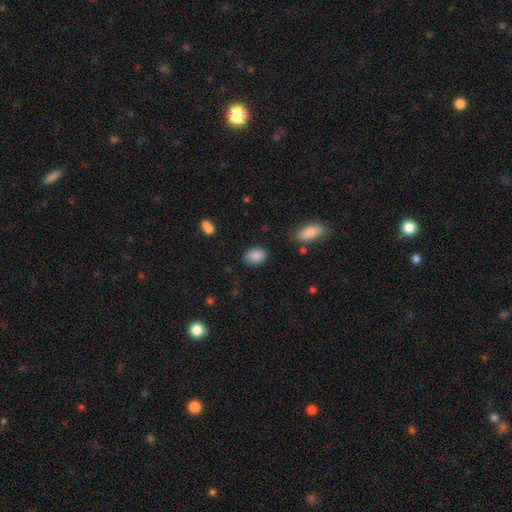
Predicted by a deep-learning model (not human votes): This appears to be a smooth galaxy with no disk features (87%) that is in between round and cigar-shaped (74%). Merging: none (82%).